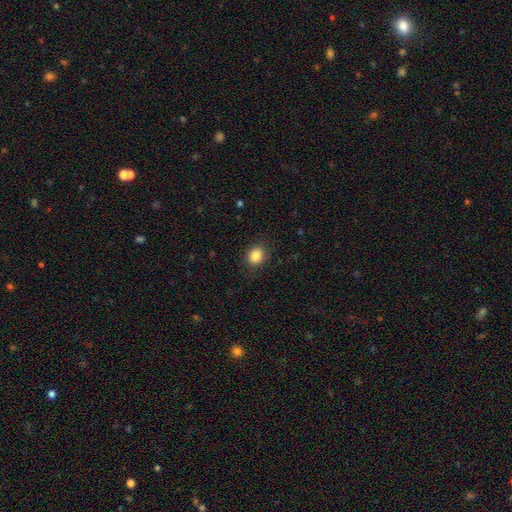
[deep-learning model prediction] This is clearly a smooth galaxy (85%). How rounded: possibly round (58%). Merging: clearly none (87%).